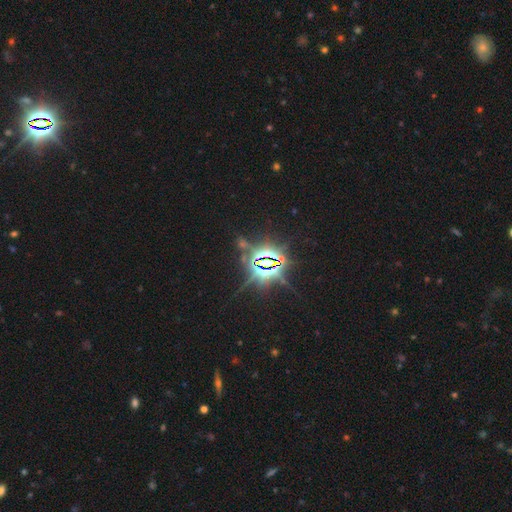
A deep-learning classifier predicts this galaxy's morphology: Q: Smooth or featured?
A: star or artifact (87%); runner-up: smooth (7%)